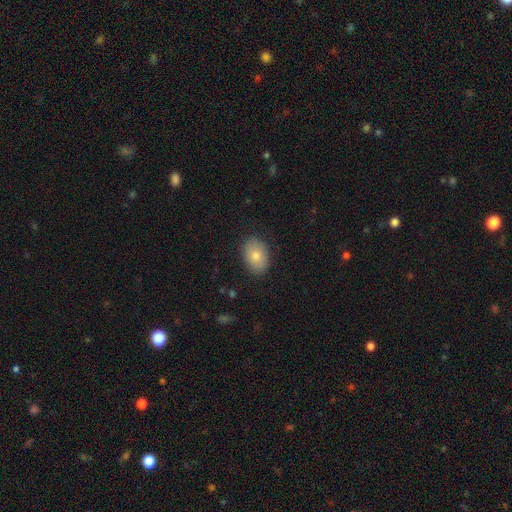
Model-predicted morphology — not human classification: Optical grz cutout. It shows a smooth galaxy with no disk features (78%) that is in between round and cigar-shaped (80%). Merging: none (87%).